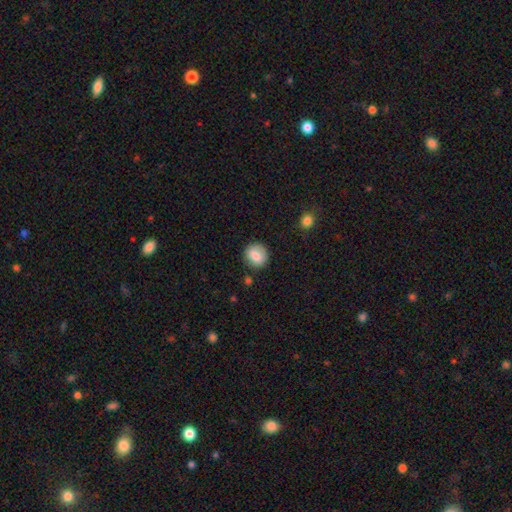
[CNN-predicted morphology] A smooth galaxy with no disk features (83%) that is round (77%).

Vote fractions:
- Smooth or featured? smooth: 83% / featured or disk: 9% / star or artifact: 8%
- How rounded? round: 77% / in between: 22% / cigar-shaped: 1%
- Merging? none: 82% / minor disturbance: 12% / major disturbance: 3% / merger: 2%